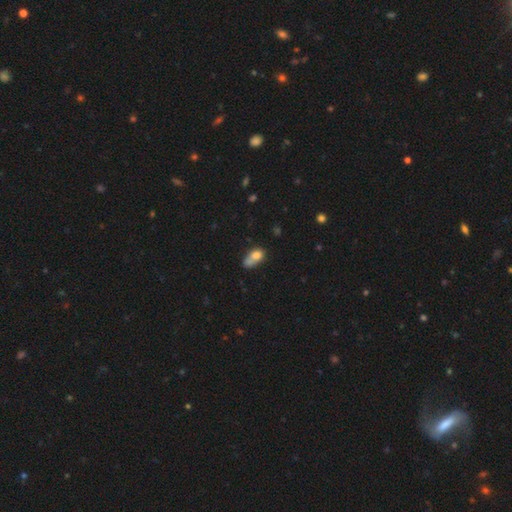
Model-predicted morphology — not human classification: This appears to be a smooth galaxy with no disk features (72%) that is in between round and cigar-shaped (79%). Merging: merger (30%).